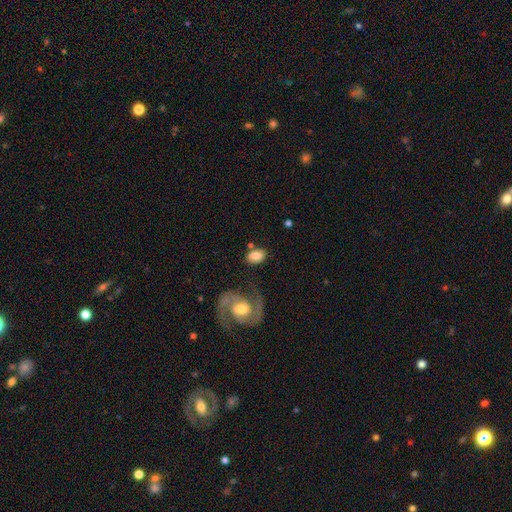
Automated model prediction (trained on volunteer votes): A smooth galaxy with no disk features (71%) that is in between round and cigar-shaped (83%). Merging: none (67%).